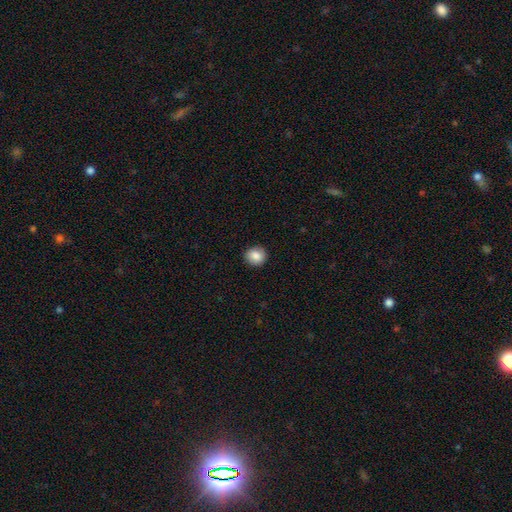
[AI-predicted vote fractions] Overall: smooth (86%). How rounded: round (88%). Merging: none (90%).